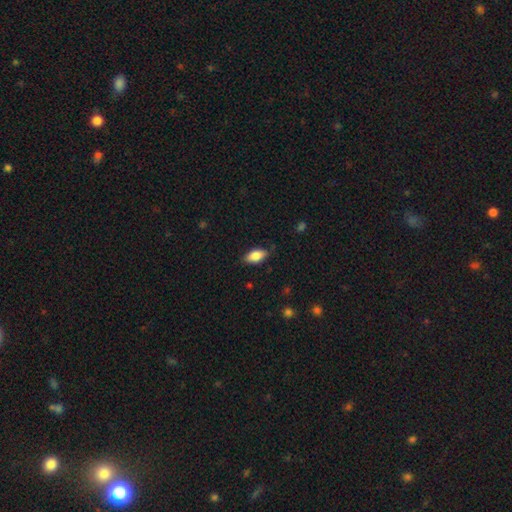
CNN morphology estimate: Overall: smooth (85%). How rounded: in between (91%). Merging: none (82%).